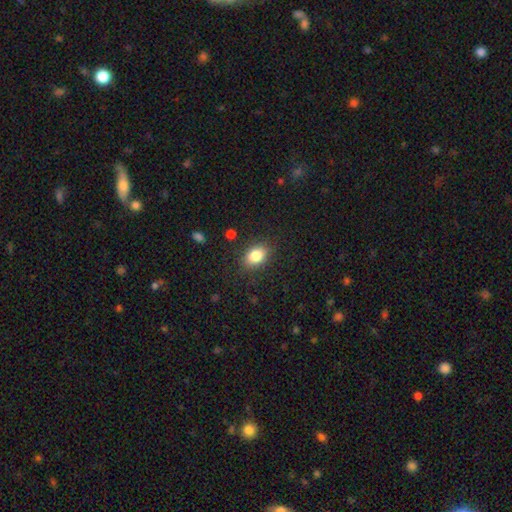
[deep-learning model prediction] This is clearly a smooth galaxy (84%). How rounded: likely in between (76%). Merging: clearly none (84%).